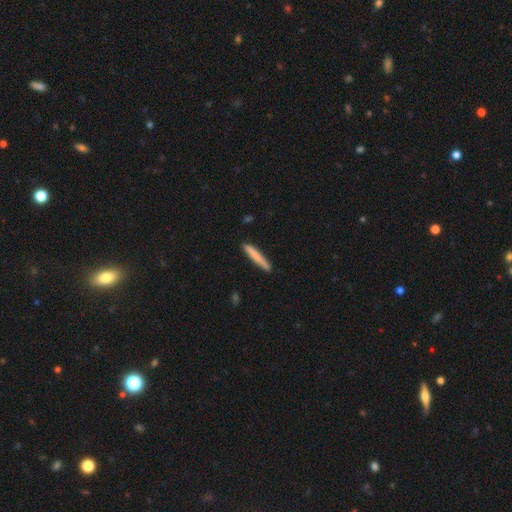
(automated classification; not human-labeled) Smooth or featured? Predicted: smooth (p=0.77). How rounded? Predicted: cigar-shaped (p=0.96). Merging? Predicted: none (p=0.89).